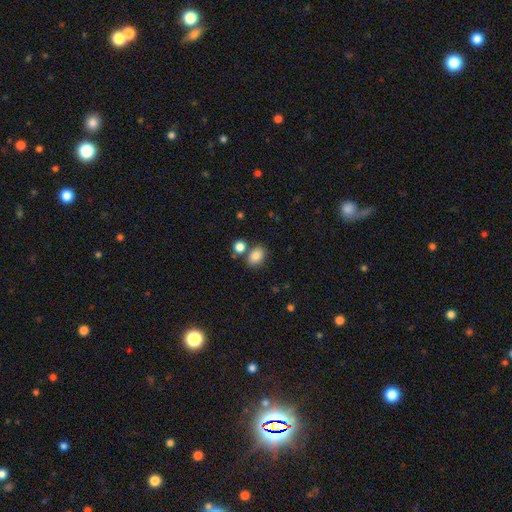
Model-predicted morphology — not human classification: A smooth galaxy with no disk features (84%) that is in between round and cigar-shaped (72%). Merging: none (66%).